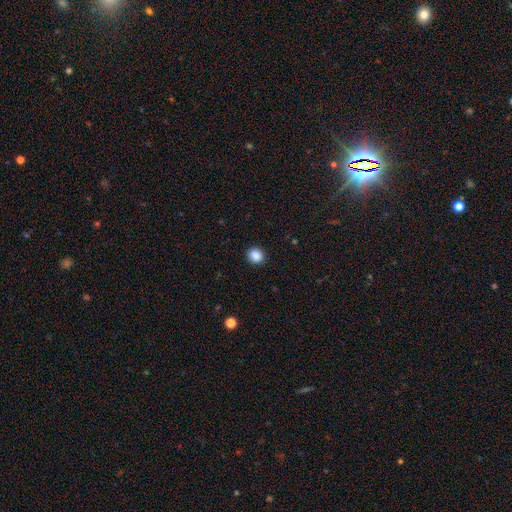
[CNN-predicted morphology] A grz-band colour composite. It shows a smooth galaxy with no disk features (88%) that is round (83%). Merging: none (91%).